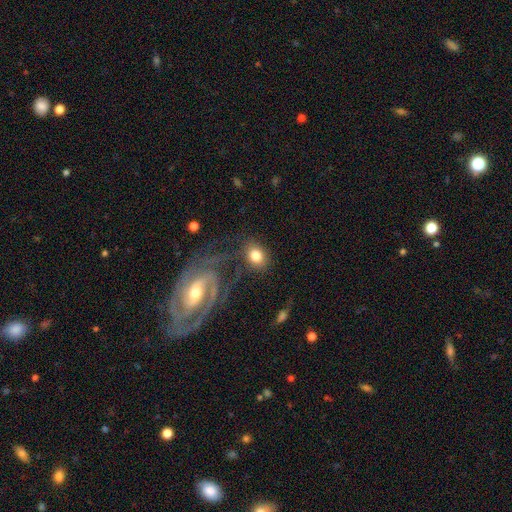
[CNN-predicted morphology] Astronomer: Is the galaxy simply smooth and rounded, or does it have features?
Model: smooth — 72%.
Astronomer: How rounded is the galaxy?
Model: round — 52% (runner-up: in between, 46%).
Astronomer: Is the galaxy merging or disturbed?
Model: none — 69%.